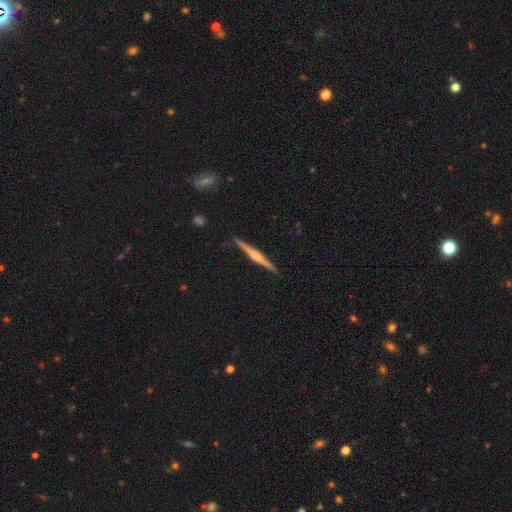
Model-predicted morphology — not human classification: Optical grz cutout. It shows a featured or disk galaxy (73%) viewed edge-on (98%) with a rounded central bulge (77%). Merging: none (91%).